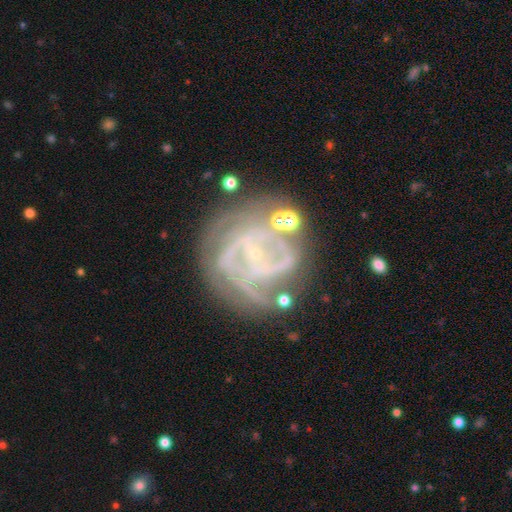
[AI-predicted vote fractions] This appears to be a featured or disk galaxy (84%) with no bar (58%), 3 (28%) tight (58%) spiral arms (93%) and a small central bulge (83%). Merging: none (64%).